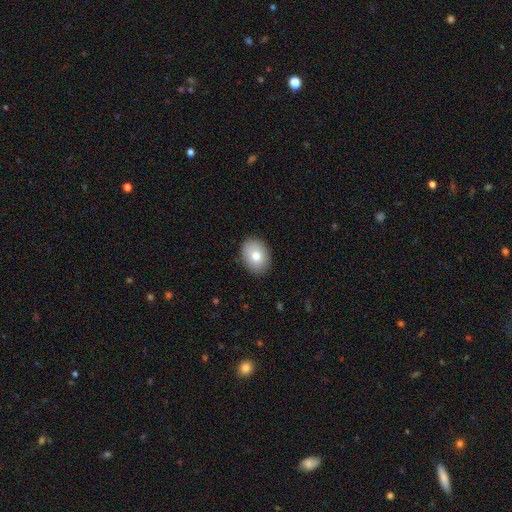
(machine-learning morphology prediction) This is likely a smooth galaxy (80%). How rounded: likely in between (73%). Merging: clearly none (88%).